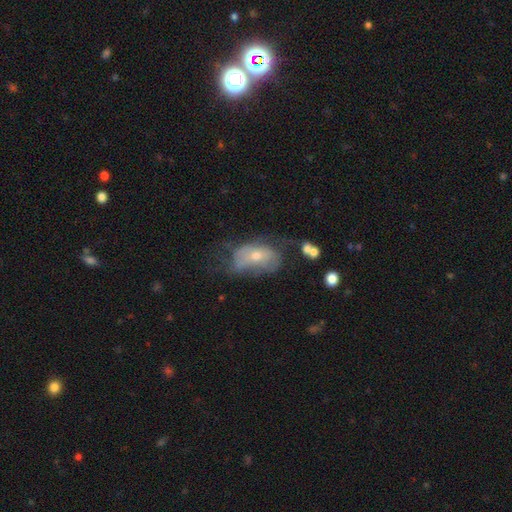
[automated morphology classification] A featured or disk galaxy (47%). Merging: major disturbance (38%).